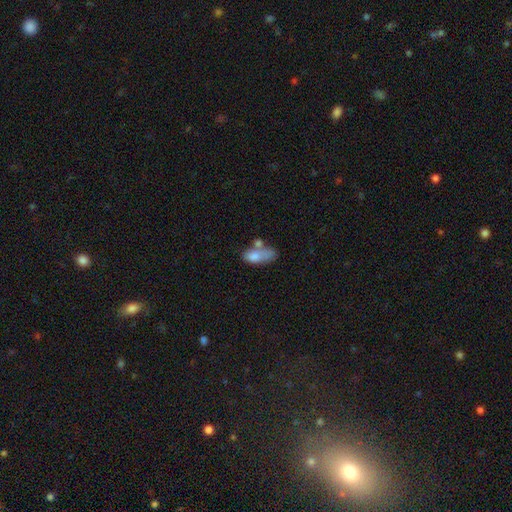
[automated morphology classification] type=smooth (73%); roundness=in between (81%); merging=merger (36%).